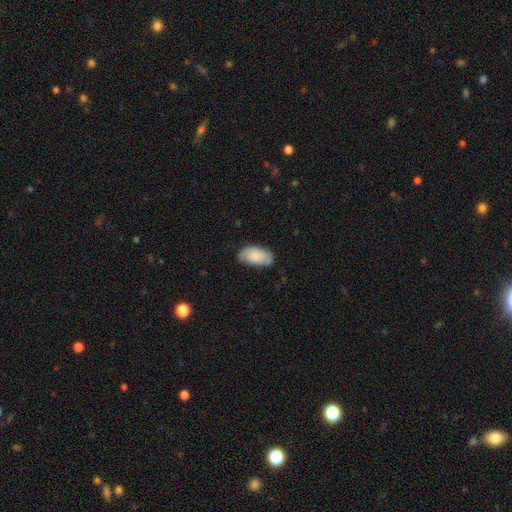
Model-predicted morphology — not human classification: smooth_or_featured: smooth (p=0.79) [alt: featured or disk p=0.15]
how_rounded: in between (p=0.95) [alt: round p=0.03]
merging: none (p=0.67) [alt: minor disturbance p=0.26]